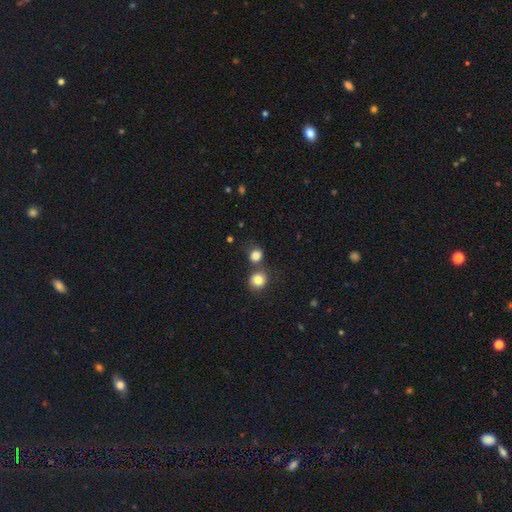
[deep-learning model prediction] Smooth or featured?
  - smooth: 82% *
  - star or artifact: 12%
  - featured or disk: 6%
How rounded?
  - round: 80% *
  - in between: 19%
  - cigar-shaped: 1%
Merging?
  - none: 60% *
  - merger: 25%
  - minor disturbance: 10%
  - major disturbance: 4%